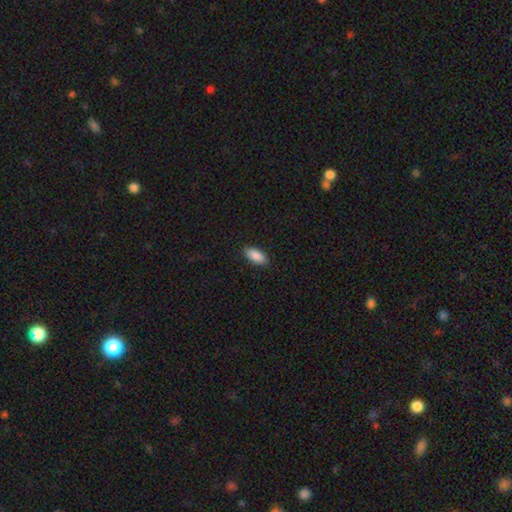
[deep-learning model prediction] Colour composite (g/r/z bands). It shows a smooth galaxy with no disk features (90%) that is in between round and cigar-shaped (88%). Merging: none (89%).